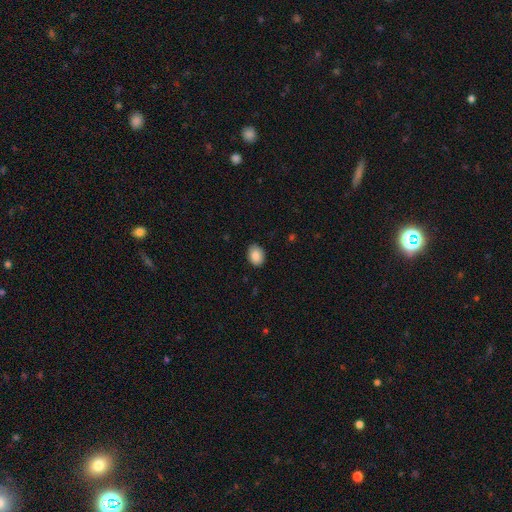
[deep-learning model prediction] smooth_or_featured: smooth (p=0.86) [alt: star or artifact p=0.08]
how_rounded: in between (p=0.70) [alt: round p=0.29]
merging: none (p=0.87) [alt: minor disturbance p=0.10]